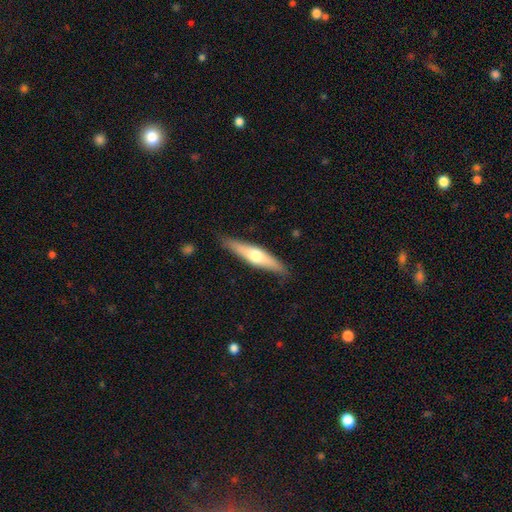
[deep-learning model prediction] This appears to be a featured or disk galaxy (49%). Merging: none (86%).